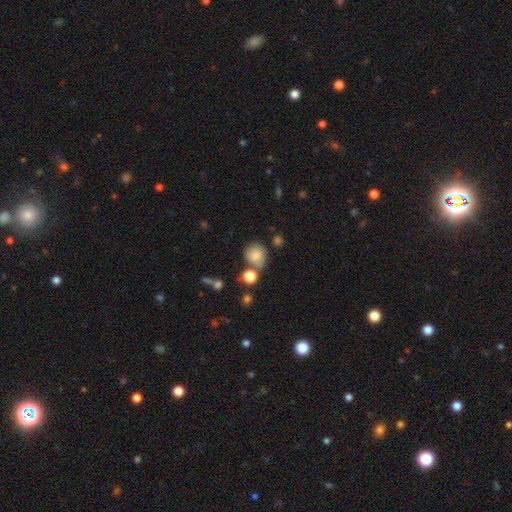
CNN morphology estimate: type=smooth (81%); roundness=round (80%); merging=none (60%).